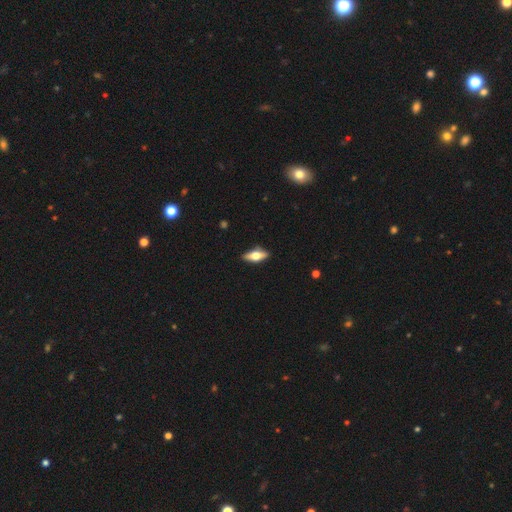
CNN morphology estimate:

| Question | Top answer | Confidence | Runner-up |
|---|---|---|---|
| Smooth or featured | smooth | 50% | featured or disk (44%) |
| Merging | none | 88% | minor disturbance (9%) |